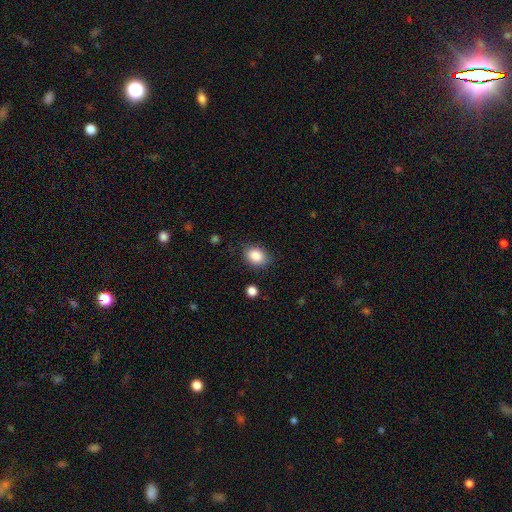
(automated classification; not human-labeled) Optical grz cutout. It shows a smooth galaxy with no disk features (87%) that is in between round and cigar-shaped (67%). Merging: none (80%).